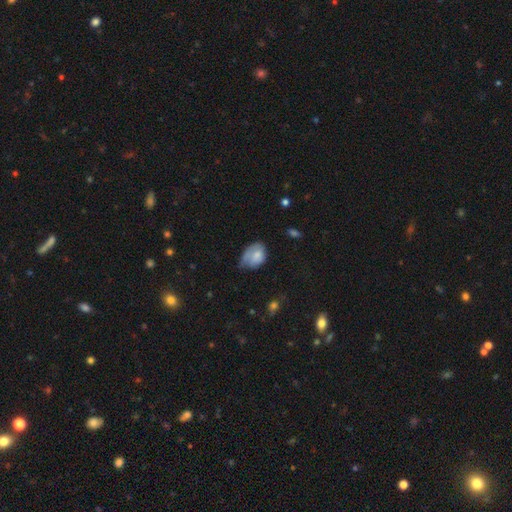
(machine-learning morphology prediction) Smooth or featured? smooth (68%)
How rounded? in between (72%)
Merging? minor disturbance (44%)